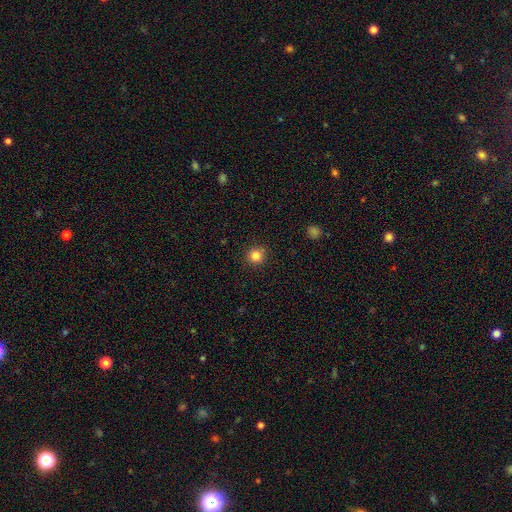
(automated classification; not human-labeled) The model was most divided on "smooth or featured": smooth: 83%, star or artifact: 12%, featured or disk: 5%. More confident: how rounded — round (93%); merging — none (90%).